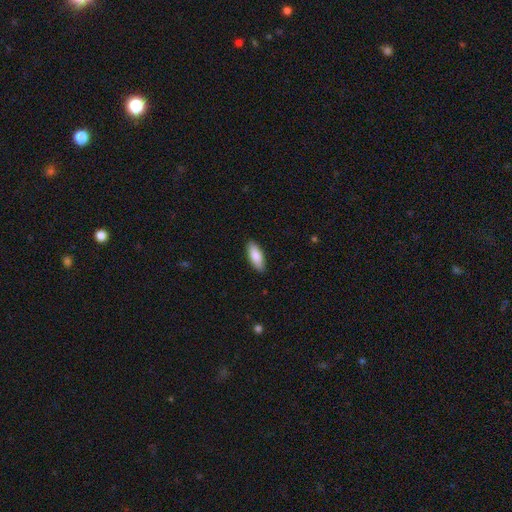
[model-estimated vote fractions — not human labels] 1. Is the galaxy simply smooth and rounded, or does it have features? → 87% smooth, 8% featured or disk, 6% star or artifact.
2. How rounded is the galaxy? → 75% in between, 24% cigar-shaped, 2% round.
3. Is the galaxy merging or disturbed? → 89% none, 9% minor disturbance, 2% major disturbance, 1% merger.